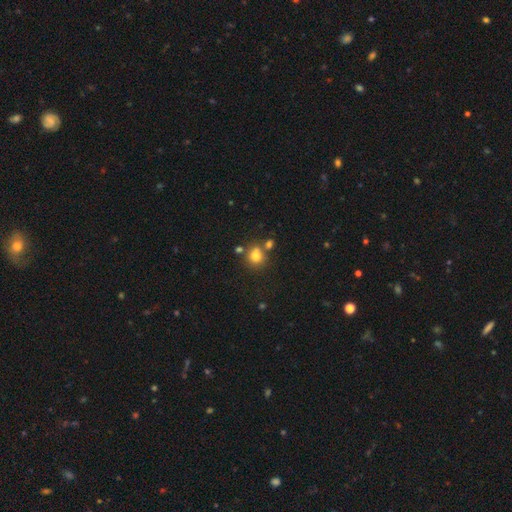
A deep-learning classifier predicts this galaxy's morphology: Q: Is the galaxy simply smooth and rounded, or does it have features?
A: smooth — 77%.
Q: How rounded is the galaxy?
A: round — 83%.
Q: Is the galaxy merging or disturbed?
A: none — 63%.